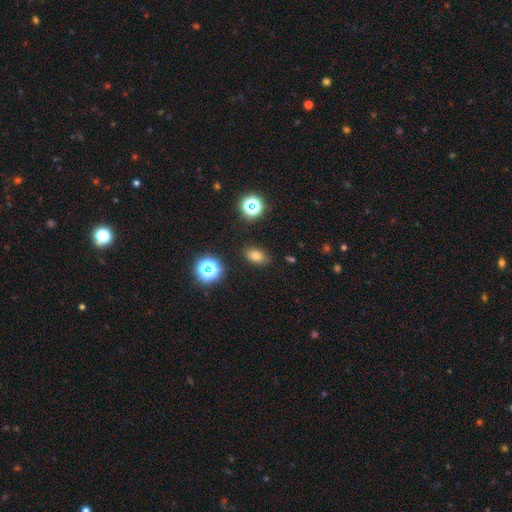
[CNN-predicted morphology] Smooth or featured: smooth — 74% (star or artifact — 18%)
How rounded: in between — 79% (round — 19%)
Merging: none — 85% (minor disturbance — 10%)